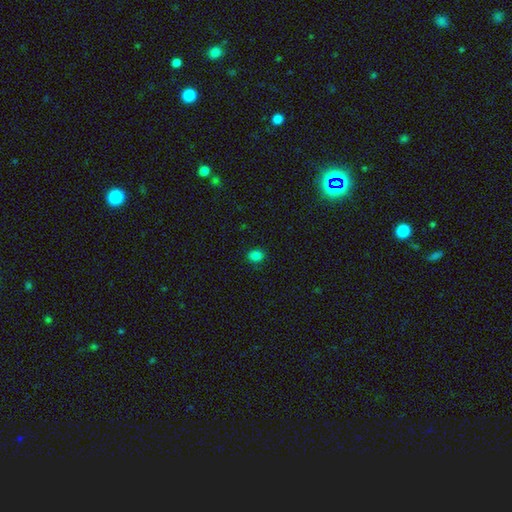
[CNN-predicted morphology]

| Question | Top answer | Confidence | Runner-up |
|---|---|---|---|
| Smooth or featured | smooth | 82% | star or artifact (14%) |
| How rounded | round | 56% | in between (43%) |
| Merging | none | 89% | minor disturbance (8%) |